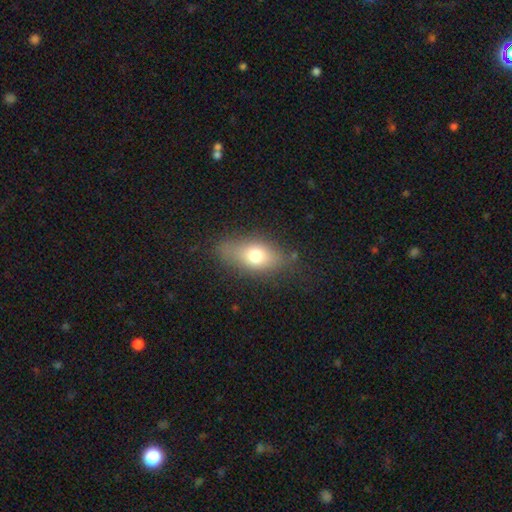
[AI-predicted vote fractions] This appears to be a smooth galaxy with no disk features (72%) that is in between round and cigar-shaped (79%). Merging: none (74%).